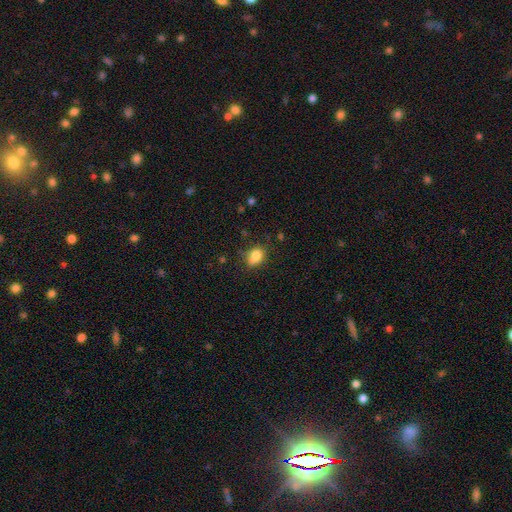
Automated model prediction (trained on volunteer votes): Smooth or featured? smooth (83%)
How rounded? in between (62%)
Merging? none (62%)